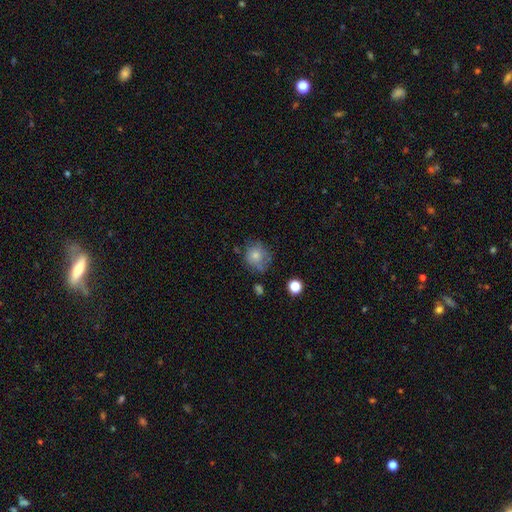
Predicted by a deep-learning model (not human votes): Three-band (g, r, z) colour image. It shows a smooth galaxy with no disk features (75%) that is round (83%). Merging: none (60%).